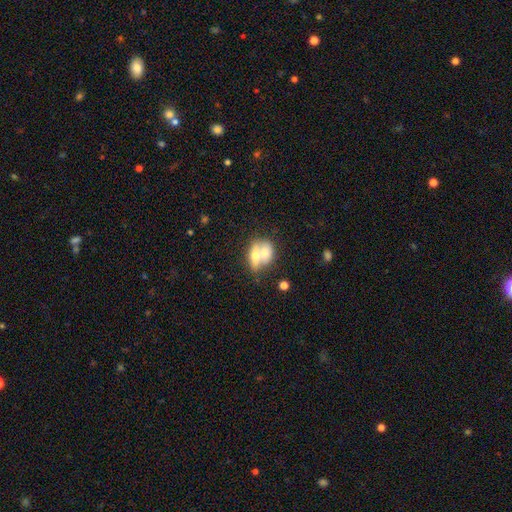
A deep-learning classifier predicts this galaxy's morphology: Smooth or featured? smooth (62%)
How rounded? in between (63%)
Merging? merger (72%)